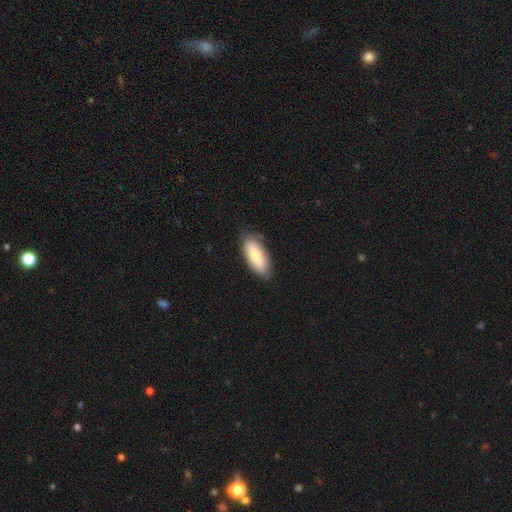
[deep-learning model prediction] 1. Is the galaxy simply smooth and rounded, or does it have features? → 78% smooth, 16% featured or disk, 6% star or artifact.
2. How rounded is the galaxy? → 83% in between, 16% cigar-shaped, 2% round.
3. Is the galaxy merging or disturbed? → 81% none, 15% minor disturbance, 3% major disturbance, 1% merger.